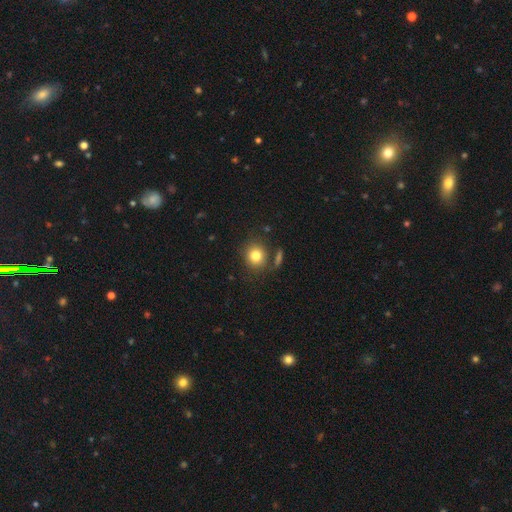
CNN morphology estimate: This is clearly a smooth galaxy (81%). How rounded: clearly round (84%). Merging: likely none (78%).